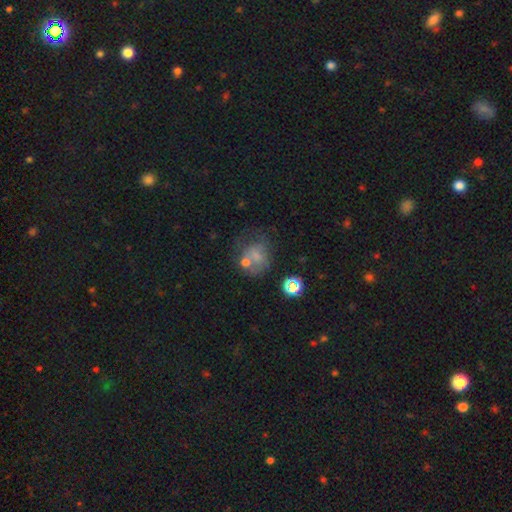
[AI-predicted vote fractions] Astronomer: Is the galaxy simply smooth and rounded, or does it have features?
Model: smooth — 50% (runner-up: featured or disk, 31%).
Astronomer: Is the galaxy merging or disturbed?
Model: none — 37% (runner-up: major disturbance, 24%).